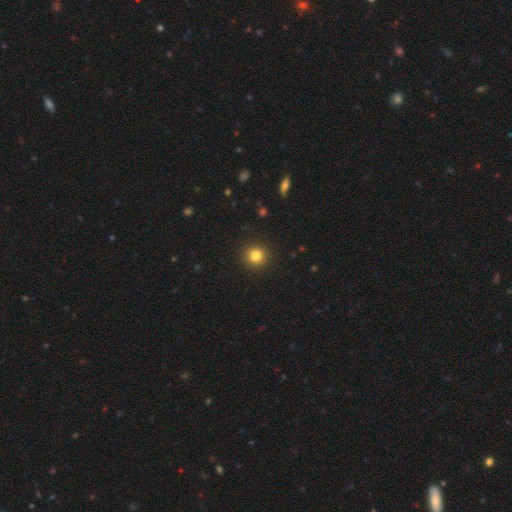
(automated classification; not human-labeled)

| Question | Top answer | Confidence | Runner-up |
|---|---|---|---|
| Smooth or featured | smooth | 82% | star or artifact (12%) |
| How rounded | round | 94% | in between (5%) |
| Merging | none | 92% | minor disturbance (5%) |